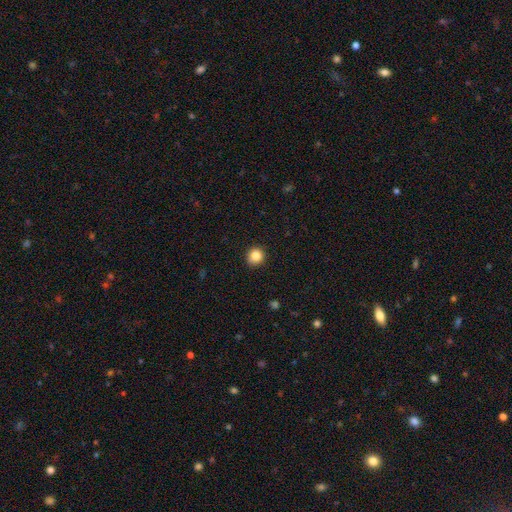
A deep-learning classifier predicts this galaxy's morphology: Q: Smooth or featured?
A: smooth (84%); runner-up: star or artifact (10%)
Q: How rounded?
A: round (90%); runner-up: in between (9%)
Q: Merging?
A: none (91%); runner-up: minor disturbance (6%)